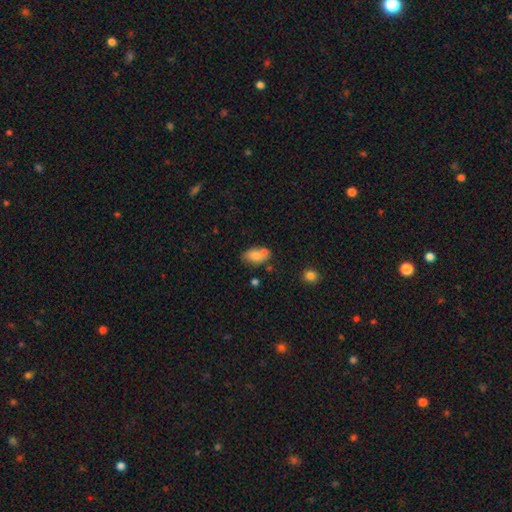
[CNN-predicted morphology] Q: Smooth or featured?
A: smooth (75%); runner-up: featured or disk (16%)
Q: How rounded?
A: in between (88%); runner-up: round (10%)
Q: Merging?
A: none (50%); runner-up: merger (29%)